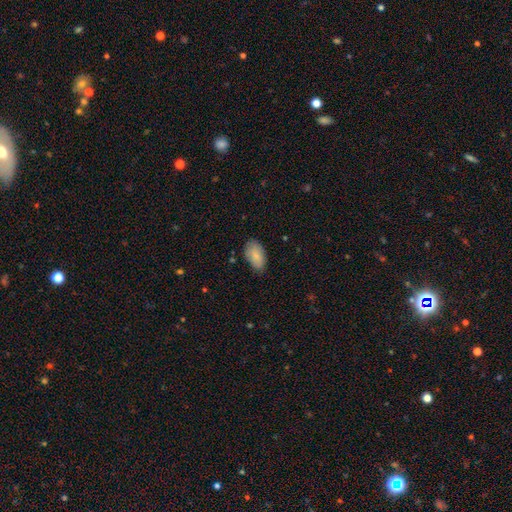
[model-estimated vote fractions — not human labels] smooth 86%, featured or disk 8%, star or artifact 6%. Down the decision tree: how rounded — in between (94%); merging — none (77%).